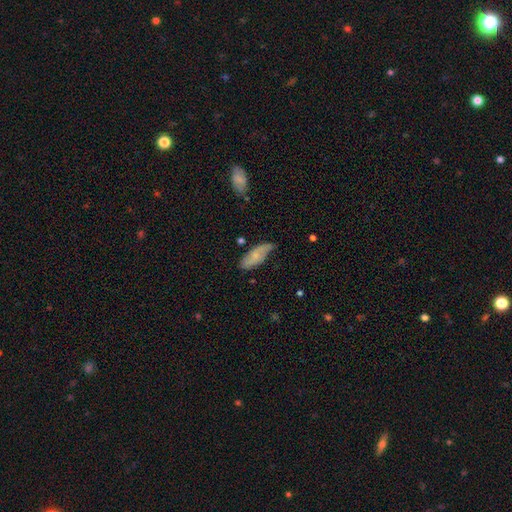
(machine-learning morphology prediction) Smooth or featured? Predicted: smooth (p=0.53). How rounded? Predicted: in between (p=0.78). Merging? Predicted: none (p=0.61).